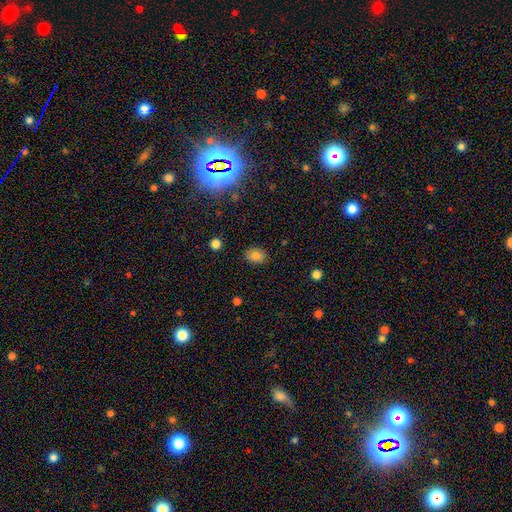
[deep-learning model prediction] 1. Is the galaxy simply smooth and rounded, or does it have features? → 83% smooth, 11% star or artifact, 6% featured or disk.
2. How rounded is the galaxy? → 72% in between, 27% round, 1% cigar-shaped.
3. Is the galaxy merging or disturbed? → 85% none, 11% minor disturbance, 3% major disturbance, 1% merger.